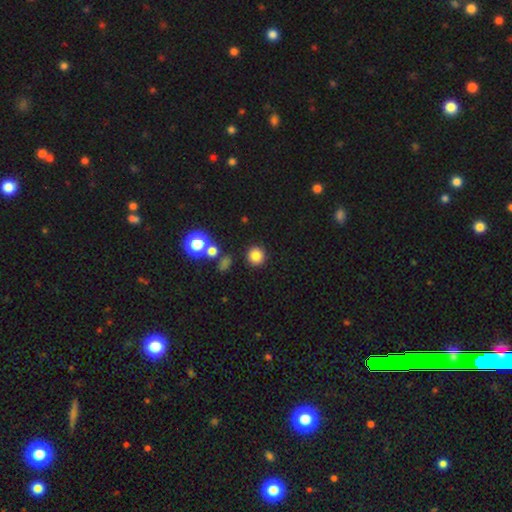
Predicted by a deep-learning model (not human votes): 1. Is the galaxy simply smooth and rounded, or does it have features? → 81% smooth, 13% star or artifact, 5% featured or disk.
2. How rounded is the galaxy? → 92% round, 7% in between, 1% cigar-shaped.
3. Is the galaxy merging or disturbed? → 87% none, 6% minor disturbance, 4% merger, 3% major disturbance.